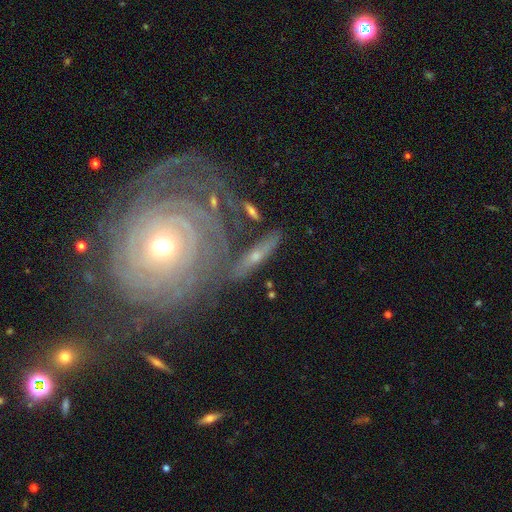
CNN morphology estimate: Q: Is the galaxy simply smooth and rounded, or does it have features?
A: featured or disk — 68%.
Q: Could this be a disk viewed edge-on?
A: no — 59%.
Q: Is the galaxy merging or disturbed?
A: none — 69%.